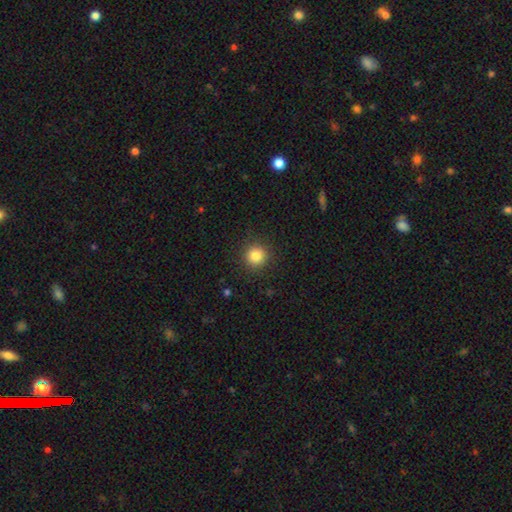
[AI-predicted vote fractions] Overall: smooth (84%). How rounded: round (94%). Merging: none (91%).